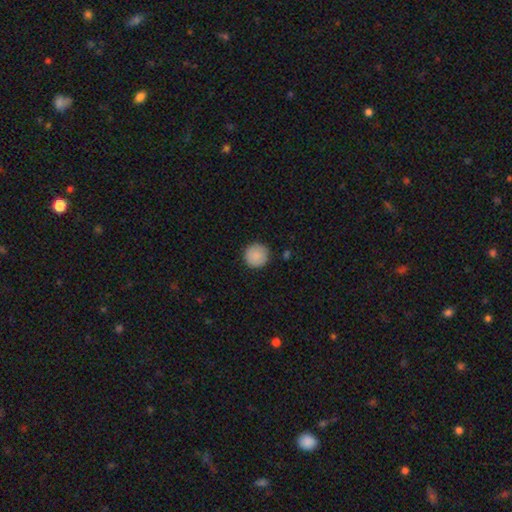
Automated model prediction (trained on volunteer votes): A smooth galaxy with no disk features (89%) that is round (95%). Merging: none (90%).